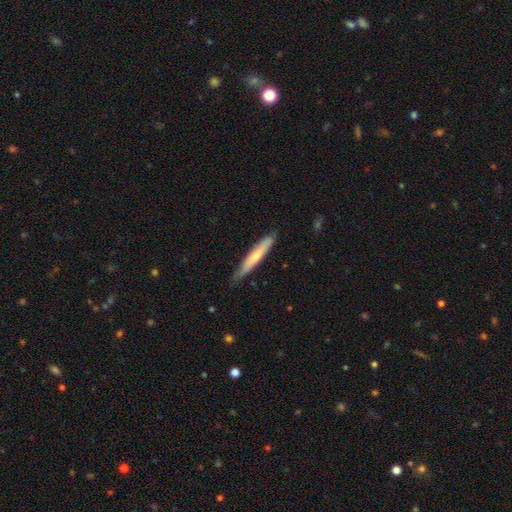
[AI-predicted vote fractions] This appears to be a smooth galaxy with no disk features (60%) that is cigar-shaped (93%). Merging: none (77%).